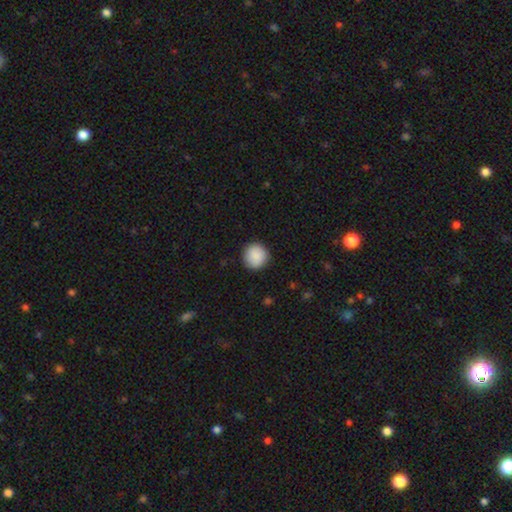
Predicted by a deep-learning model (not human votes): This appears to be a smooth galaxy with no disk features (90%) that is round (94%). Merging: none (91%).